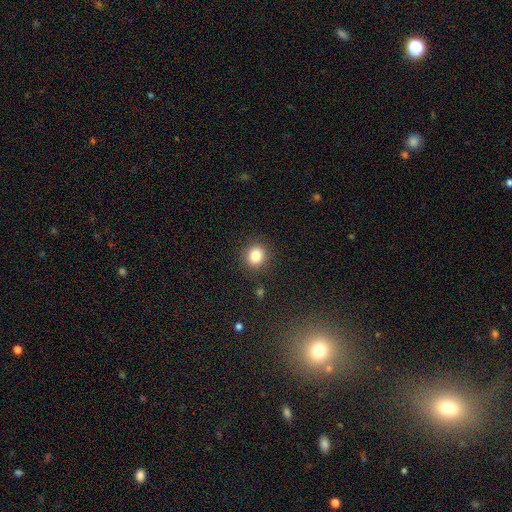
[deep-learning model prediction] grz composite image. It shows a smooth galaxy with no disk features (83%) that is round (84%). Merging: none (88%).